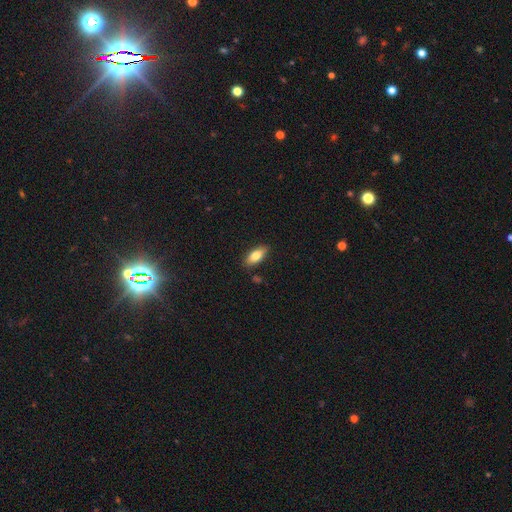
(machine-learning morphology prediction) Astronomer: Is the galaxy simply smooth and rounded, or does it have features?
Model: smooth — 79%.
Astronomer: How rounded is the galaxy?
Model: in between — 82%.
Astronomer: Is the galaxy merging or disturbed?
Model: none — 85%.